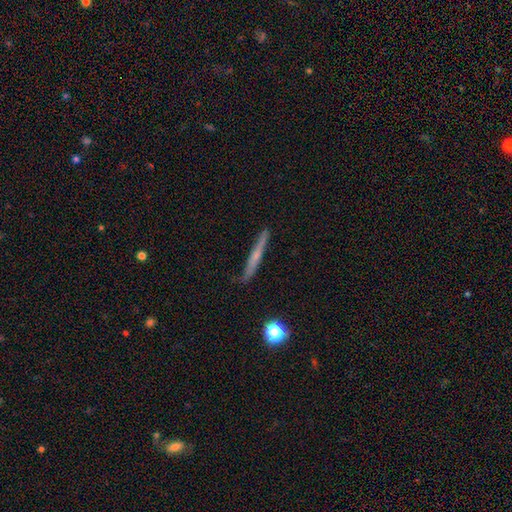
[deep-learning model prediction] featured or disk 50%, smooth 42%, star or artifact 8%. Down the decision tree: edge-on disk — yes (94%); merging — none (84%).